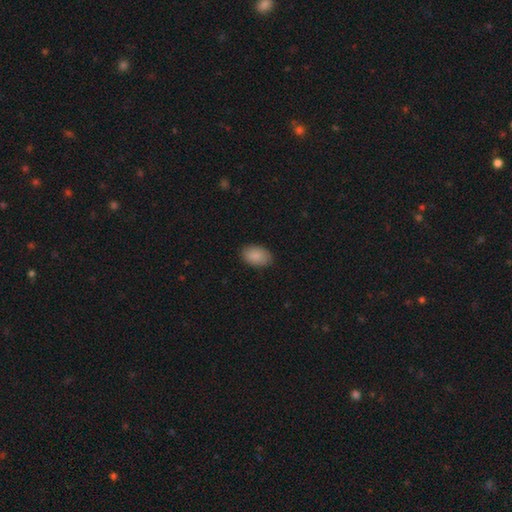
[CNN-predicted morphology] Smooth or featured? Predicted: smooth (p=0.89). How rounded? Predicted: in between (p=0.91). Merging? Predicted: none (p=0.86).